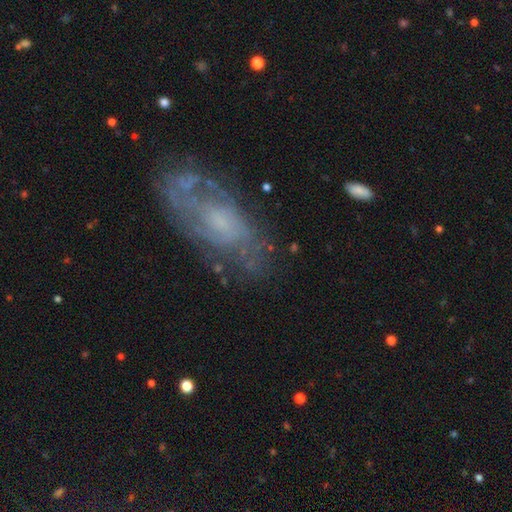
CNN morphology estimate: Smooth or featured: featured or disk — 66% (smooth — 23%)
Edge-on disk: no — 89% (yes — 11%)
Bar: no — 74% (weak — 22%)
Spiral arms: yes — 67% (no — 33%)
Bulge size: small — 43% (moderate — 30%)
Merging: none — 70% (minor disturbance — 18%)